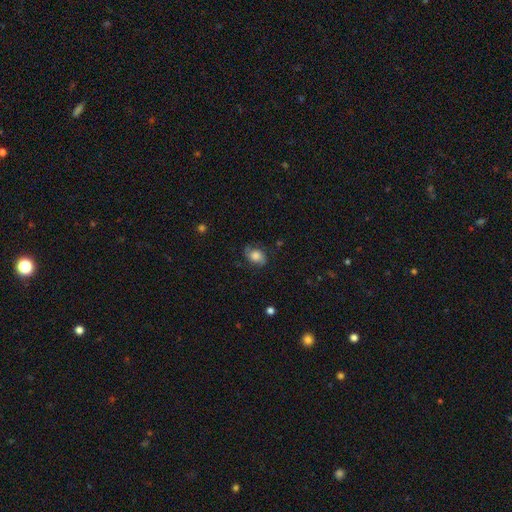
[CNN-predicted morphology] Q: Smooth or featured?
A: smooth (53%); runner-up: featured or disk (38%)
Q: How rounded?
A: in between (67%); runner-up: round (31%)
Q: Merging?
A: none (71%); runner-up: minor disturbance (20%)